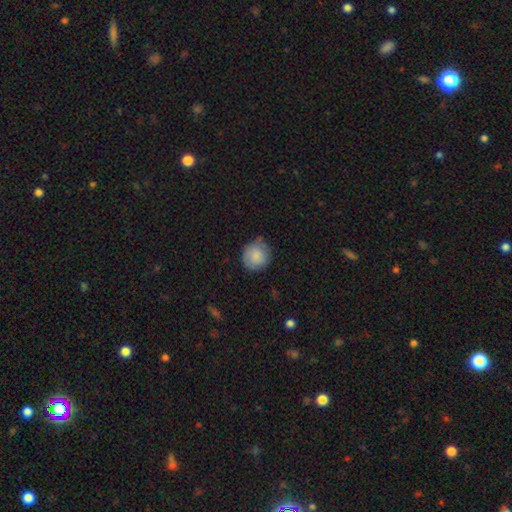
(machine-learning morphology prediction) Smooth or featured?
  - smooth: 81% *
  - featured or disk: 12%
  - star or artifact: 7%
How rounded?
  - round: 88% *
  - in between: 11%
  - cigar-shaped: 1%
Merging?
  - none: 70% *
  - minor disturbance: 24%
  - major disturbance: 4%
  - merger: 2%